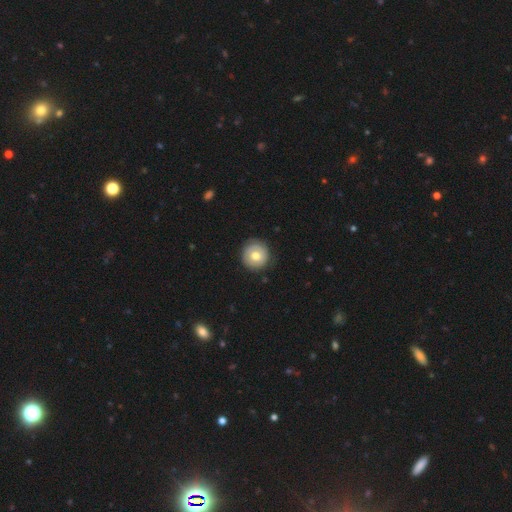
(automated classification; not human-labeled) smooth_or_featured: smooth (p=0.68) [alt: featured or disk p=0.25]
how_rounded: round (p=0.94) [alt: in between p=0.05]
merging: none (p=0.86) [alt: minor disturbance p=0.10]